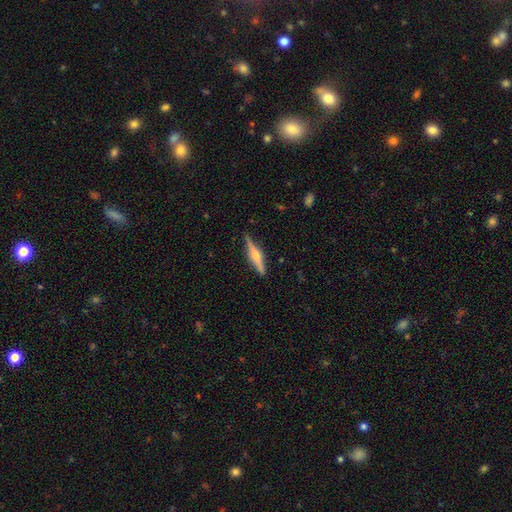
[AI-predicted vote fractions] The model was most divided on "smooth or featured": featured or disk: 61%, smooth: 33%, star or artifact: 6%. More confident: edge-on disk — yes (97%); merging — none (86%); edge-on bulge — rounded (79%).